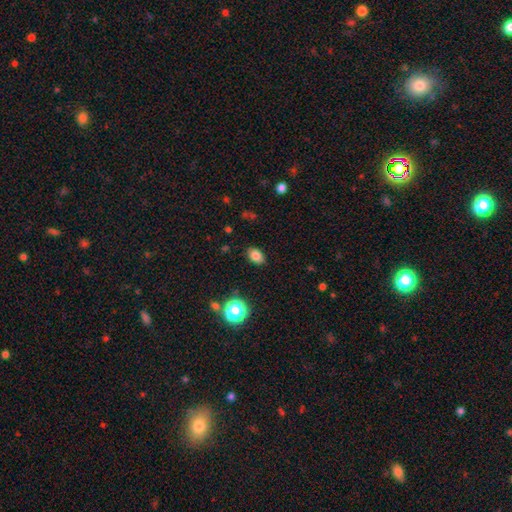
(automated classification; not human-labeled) Morphology: type=smooth (81%); roundness=in between (80%); merging=none (87%).